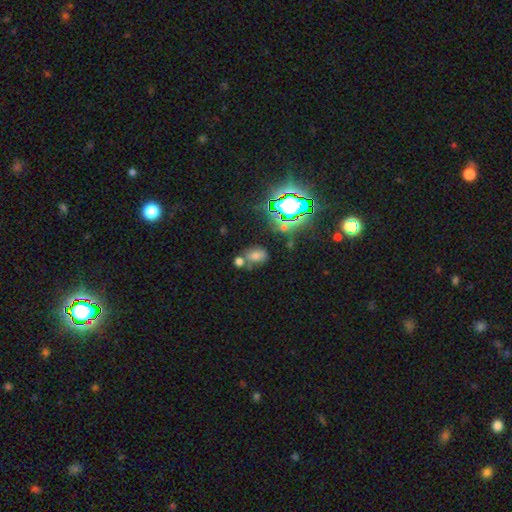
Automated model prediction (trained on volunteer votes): This appears to be a smooth galaxy with no disk features (51%) that is in between round and cigar-shaped (74%). Merging: none (55%).